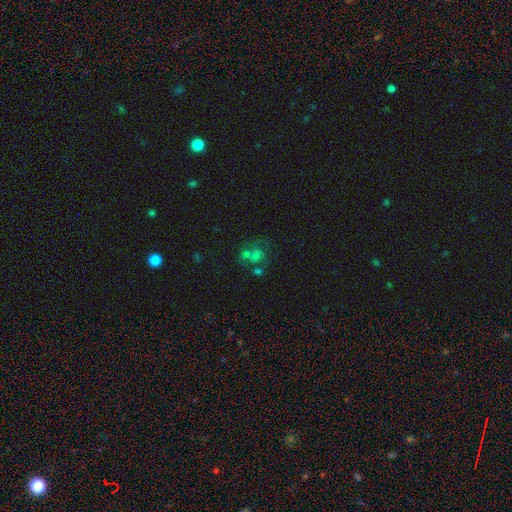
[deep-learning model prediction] This appears to be a smooth galaxy with no disk features (41%). Merging: merger (40%).